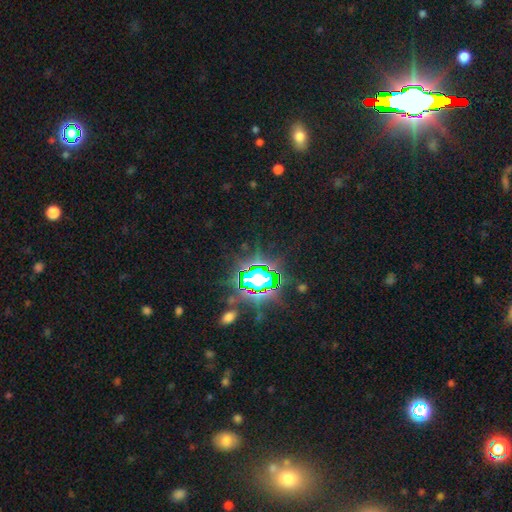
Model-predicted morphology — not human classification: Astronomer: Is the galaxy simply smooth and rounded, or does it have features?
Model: star or artifact — 79%.